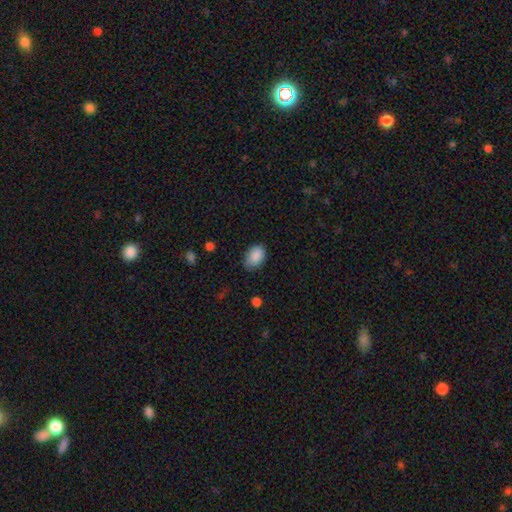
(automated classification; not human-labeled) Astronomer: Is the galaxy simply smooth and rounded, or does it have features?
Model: smooth — 89%.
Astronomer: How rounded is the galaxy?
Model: in between — 86%.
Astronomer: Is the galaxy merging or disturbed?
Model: none — 76%.